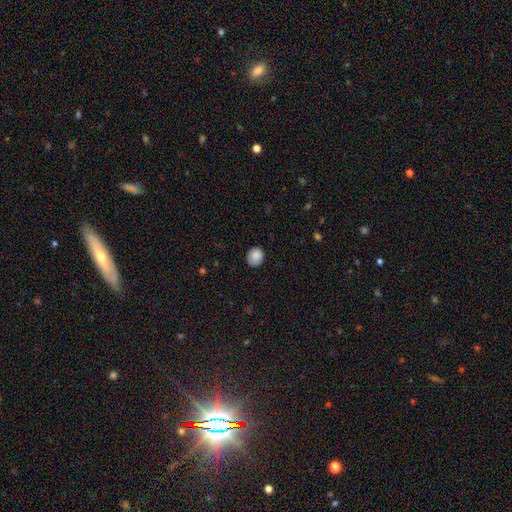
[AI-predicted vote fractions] Morphology: type=smooth (87%); roundness=round (75%); merging=none (85%).